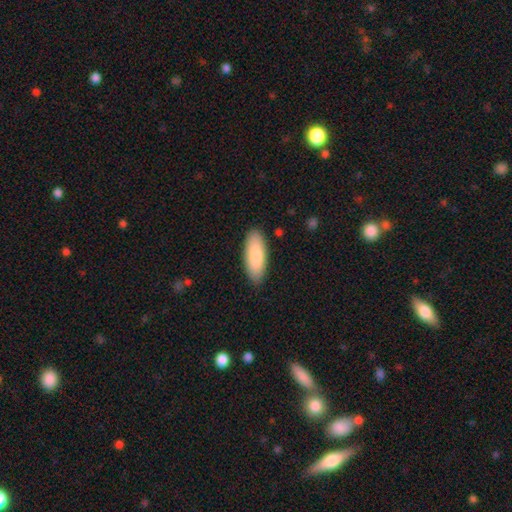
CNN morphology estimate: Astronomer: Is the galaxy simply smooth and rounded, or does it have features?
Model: smooth — 84%.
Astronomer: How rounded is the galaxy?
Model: in between — 75%.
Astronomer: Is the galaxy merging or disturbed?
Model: none — 87%.